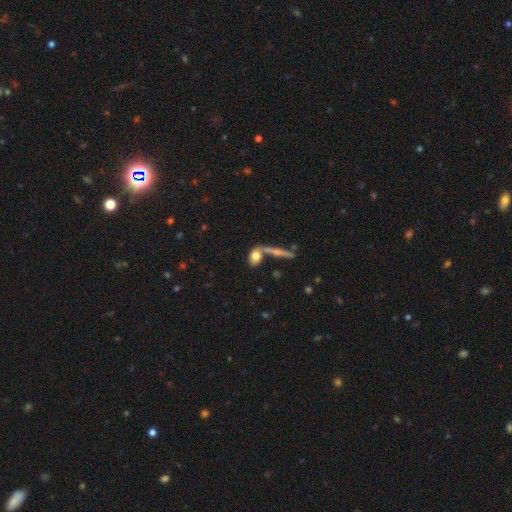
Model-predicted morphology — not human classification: type=smooth (70%); roundness=in between (64%); merging=none (49%).